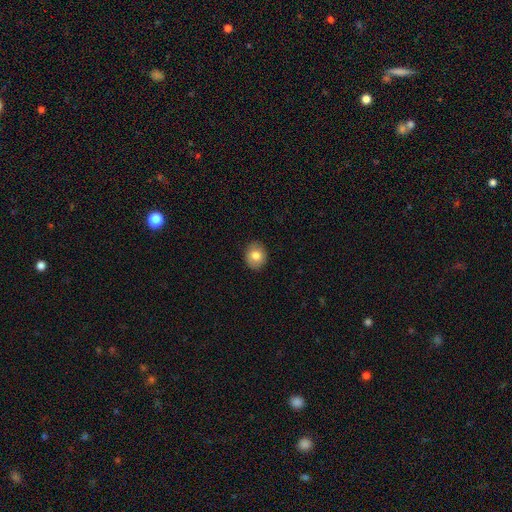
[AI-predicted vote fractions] This appears to be a smooth galaxy with no disk features (79%) that is round (67%). Merging: none (90%).